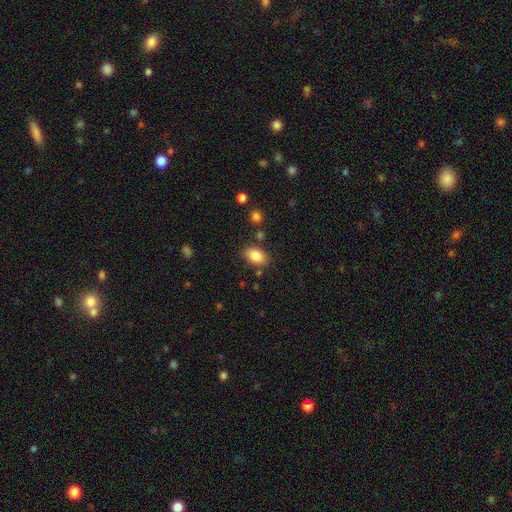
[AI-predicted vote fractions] Q: Smooth or featured?
A: smooth (85%); runner-up: star or artifact (8%)
Q: How rounded?
A: in between (89%); runner-up: round (10%)
Q: Merging?
A: none (82%); runner-up: minor disturbance (11%)